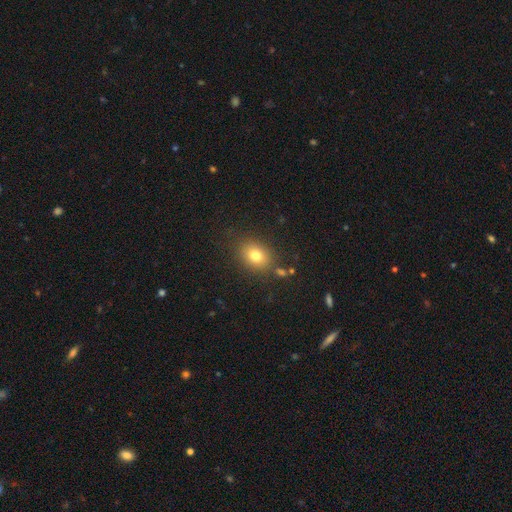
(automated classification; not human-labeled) smooth 78%, star or artifact 12%, featured or disk 10%. Down the decision tree: how rounded — in between (53%); merging — none (82%).